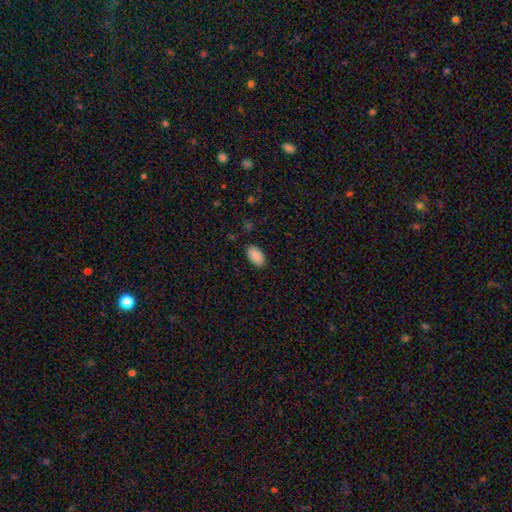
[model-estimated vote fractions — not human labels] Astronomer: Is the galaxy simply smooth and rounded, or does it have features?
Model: smooth — 90%.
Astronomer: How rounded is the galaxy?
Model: in between — 94%.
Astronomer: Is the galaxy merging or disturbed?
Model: none — 88%.